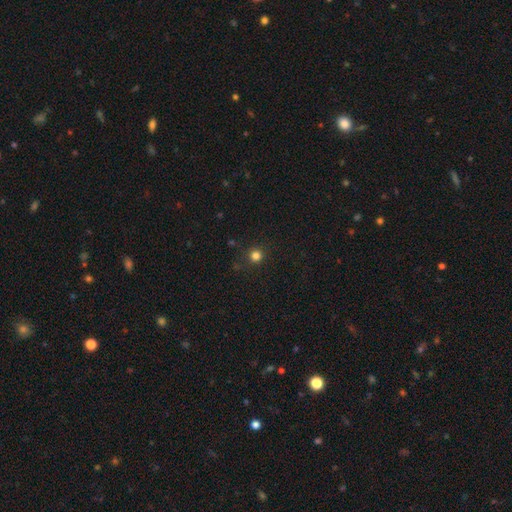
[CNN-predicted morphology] Smooth or featured? Predicted: smooth (p=0.81). How rounded? Predicted: round (p=0.95). Merging? Predicted: none (p=0.90).